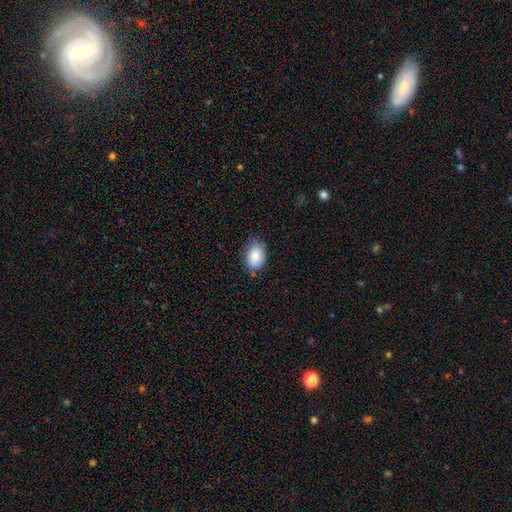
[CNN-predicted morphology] A smooth galaxy with no disk features (84%) that is in between round and cigar-shaped (81%). Merging: none (70%).